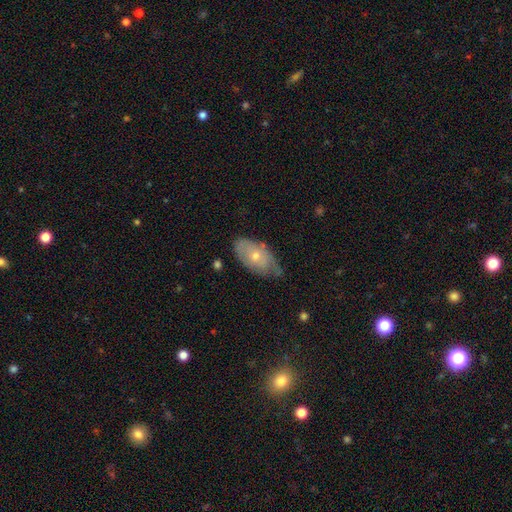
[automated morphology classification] smooth-or-featured: smooth: 51% | featured or disk: 42% | star or artifact: 7%
  how-rounded: in between: 91% | round: 5% | cigar-shaped: 4%
  merging: none: 56% | minor disturbance: 34% | major disturbance: 7% | merger: 2%